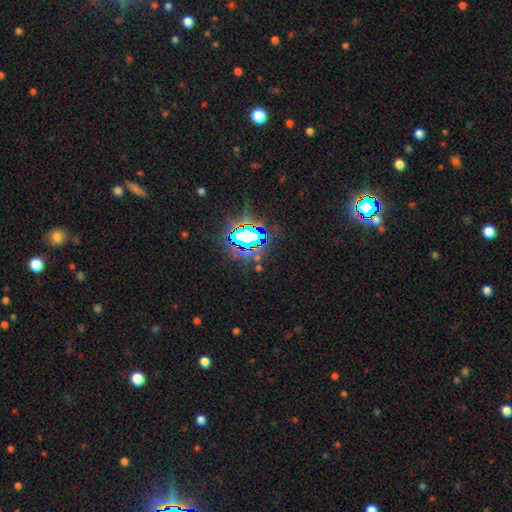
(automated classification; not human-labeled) Smooth or featured?
  - star or artifact: 79% *
  - smooth: 12%
  - featured or disk: 9%